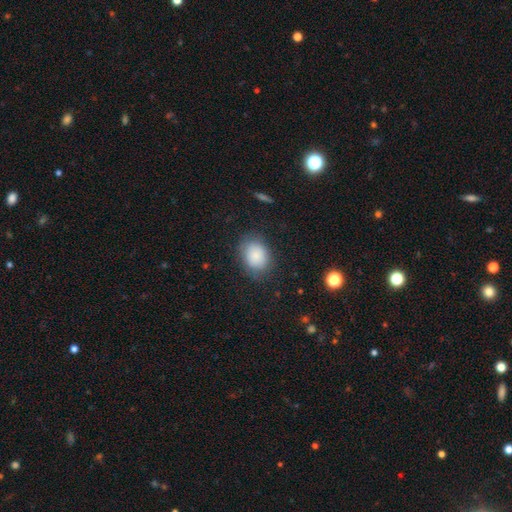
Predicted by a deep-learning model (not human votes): A smooth galaxy with no disk features (85%) that is in between round and cigar-shaped (61%).

Vote fractions:
- Smooth or featured? smooth: 85% / star or artifact: 8% / featured or disk: 7%
- How rounded? in between: 61% / round: 38% / cigar-shaped: 1%
- Merging? none: 78% / minor disturbance: 15% / major disturbance: 6% / merger: 1%